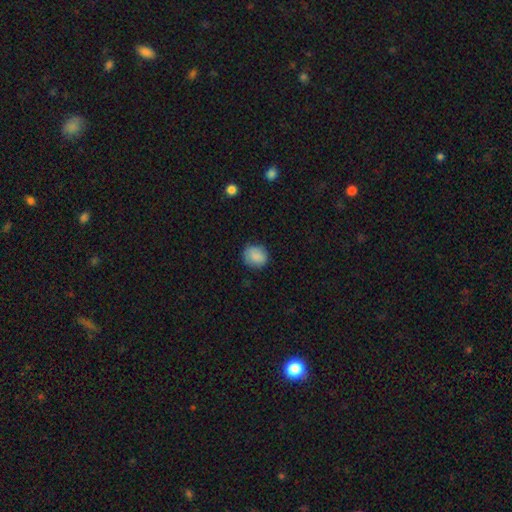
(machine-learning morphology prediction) Smooth or featured? Predicted: smooth (p=0.86). How rounded? Predicted: round (p=0.77). Merging? Predicted: none (p=0.82).